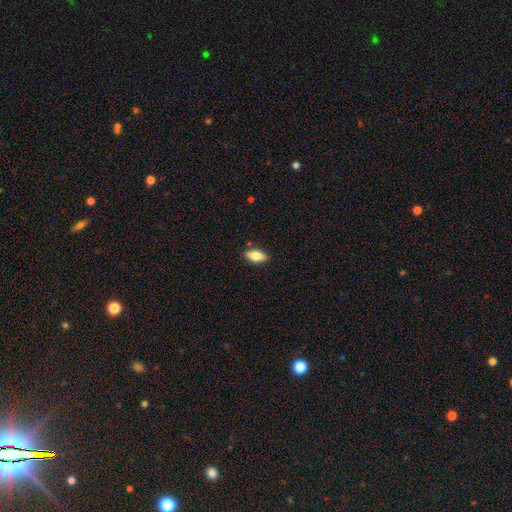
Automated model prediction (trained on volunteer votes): A smooth galaxy with no disk features (73%) that is in between round and cigar-shaped (85%). Merging: none (85%).